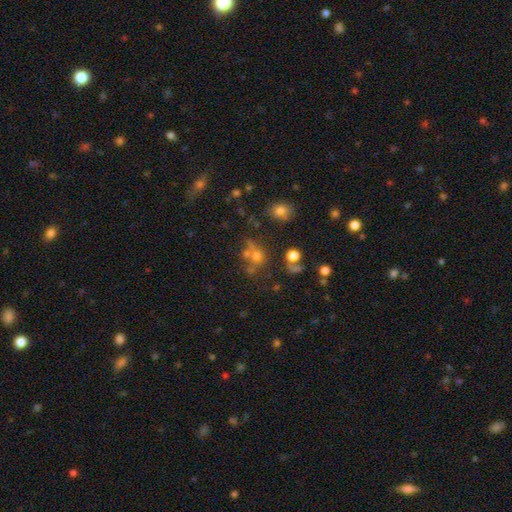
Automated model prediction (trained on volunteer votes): Smooth or featured? smooth (53%)
How rounded? round (79%)
Merging? none (51%)